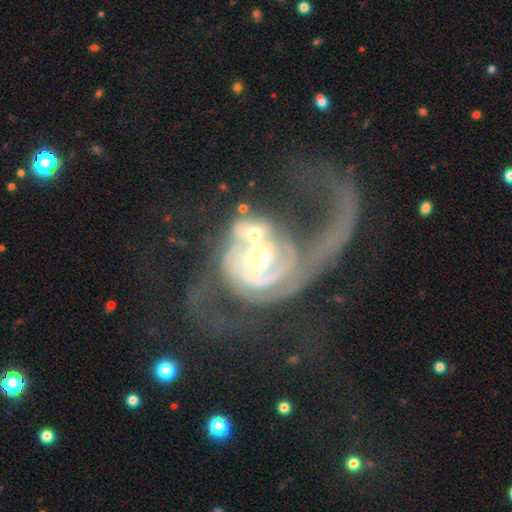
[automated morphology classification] Smooth or featured? featured or disk (86%)
Edge-on disk? no (97%)
Bar? no (67%)
Spiral arms? yes (91%)
Spiral winding? tight (37%)
Spiral arm count? 2 (43%)
Bulge size? moderate (47%)
Merging? merger (49%)